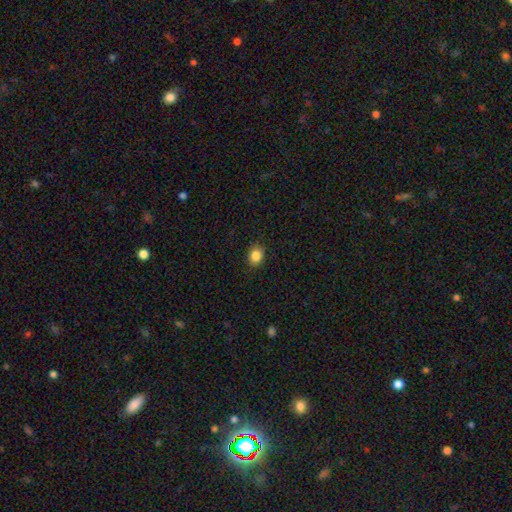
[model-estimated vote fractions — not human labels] smooth 86%, star or artifact 10%, featured or disk 4%. Down the decision tree: how rounded — in between (50%); merging — none (88%).